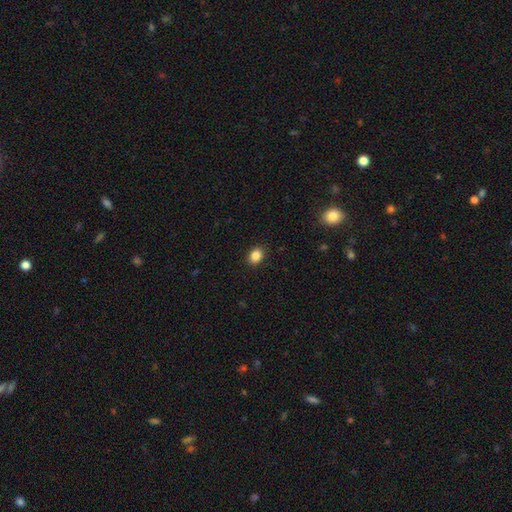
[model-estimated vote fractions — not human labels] Smooth or featured? Predicted: smooth (p=0.86). How rounded? Predicted: in between (p=0.60). Merging? Predicted: none (p=0.89).